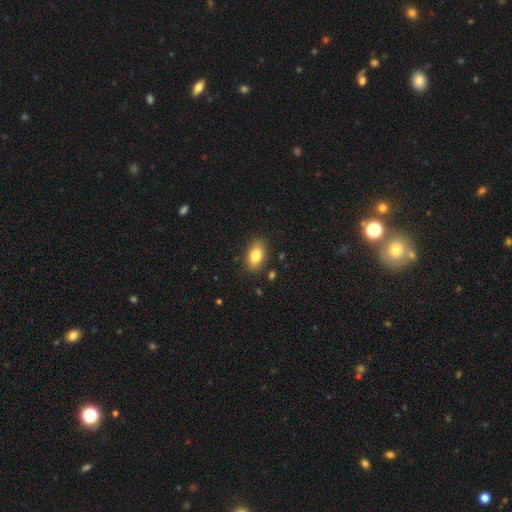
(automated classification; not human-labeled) A smooth galaxy with no disk features (83%) that is in between round and cigar-shaped (89%). Merging: none (84%).